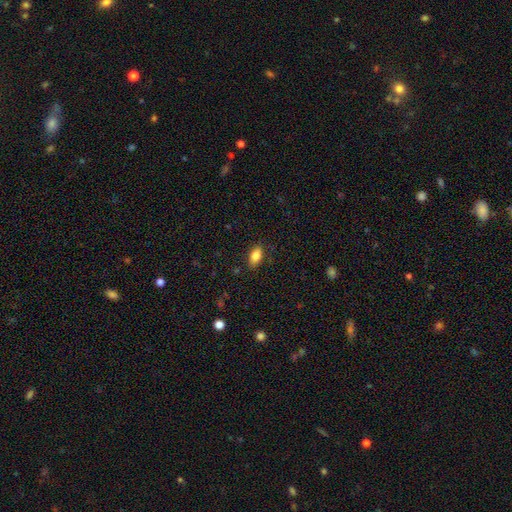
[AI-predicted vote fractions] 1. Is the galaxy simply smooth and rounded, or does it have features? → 84% smooth, 8% star or artifact, 7% featured or disk.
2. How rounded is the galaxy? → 89% in between, 6% round, 5% cigar-shaped.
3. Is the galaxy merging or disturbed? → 86% none, 11% minor disturbance, 3% major disturbance, 1% merger.